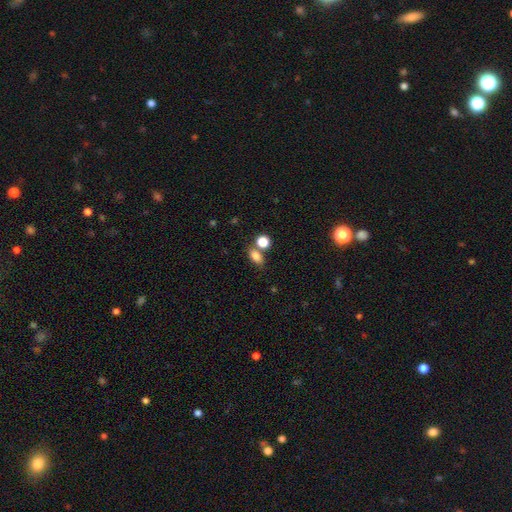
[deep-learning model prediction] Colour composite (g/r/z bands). It shows a smooth galaxy with no disk features (81%) that is in between round and cigar-shaped (80%). Merging: none (58%).